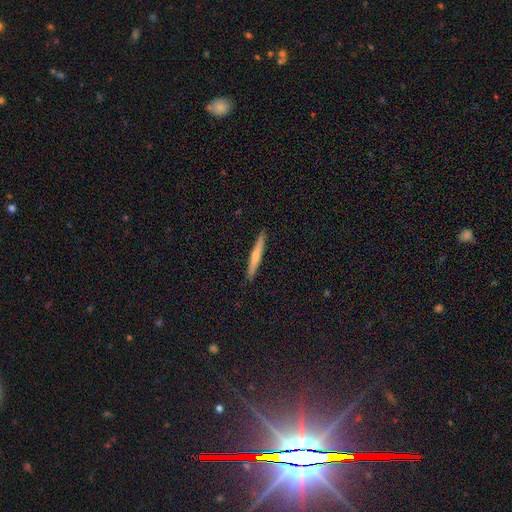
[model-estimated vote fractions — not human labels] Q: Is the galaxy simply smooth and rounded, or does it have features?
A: smooth — 62%.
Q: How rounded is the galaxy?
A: cigar-shaped — 96%.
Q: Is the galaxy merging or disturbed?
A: none — 92%.